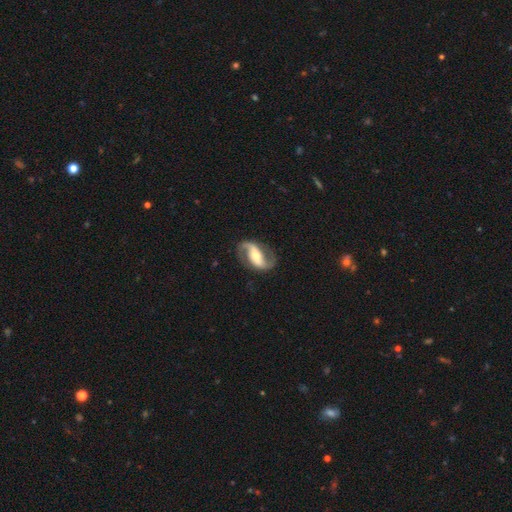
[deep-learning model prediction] Smooth or featured? Predicted: featured or disk (p=0.88). Edge-on disk? Predicted: no (p=0.97). Bar? Predicted: strong (p=0.46). Spiral arms? Predicted: yes (p=0.95). Spiral winding? Predicted: loose (p=0.52). Spiral arm count? Predicted: 2 (p=0.93). Bulge size? Predicted: moderate (p=0.61). Merging? Predicted: none (p=0.83).